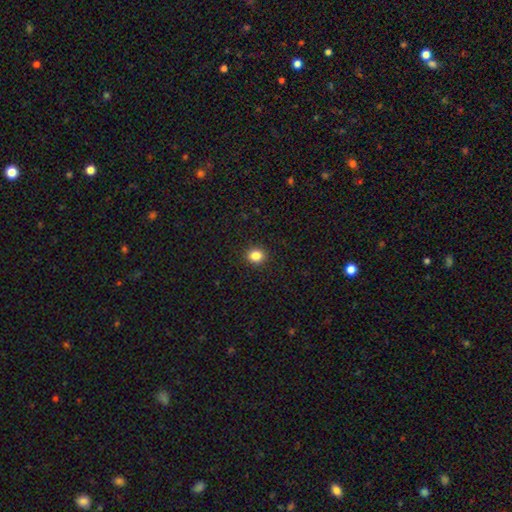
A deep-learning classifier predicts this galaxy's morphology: This appears to be a smooth galaxy with no disk features (84%) that is round (76%). Merging: none (92%).